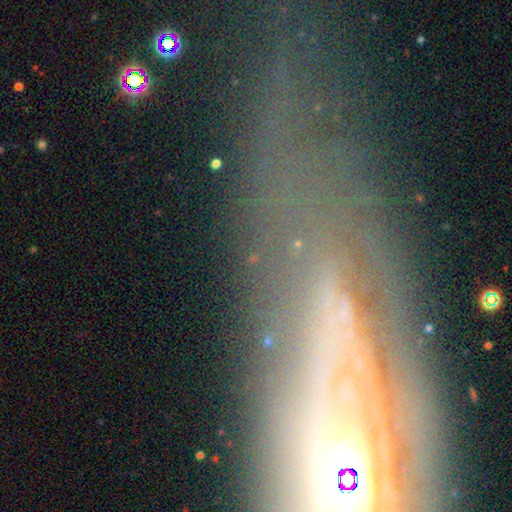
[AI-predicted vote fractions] smooth-or-featured: featured or disk: 50% | star or artifact: 28% | smooth: 22%
  disk-edge-on: no: 60% | yes: 40%
  merging: none: 65% | minor disturbance: 18% | major disturbance: 11% | merger: 6%